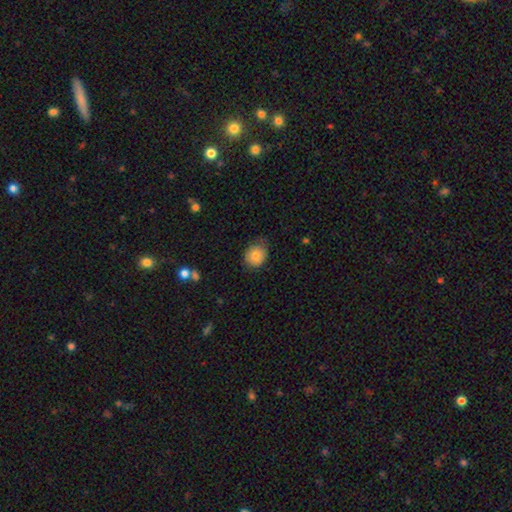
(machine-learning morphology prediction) A smooth galaxy with no disk features (81%) that is round (64%).

Vote fractions:
- Smooth or featured? smooth: 81% / featured or disk: 10% / star or artifact: 8%
- How rounded? round: 64% / in between: 36% / cigar-shaped: 1%
- Merging? none: 65% / minor disturbance: 28% / major disturbance: 6% / merger: 1%